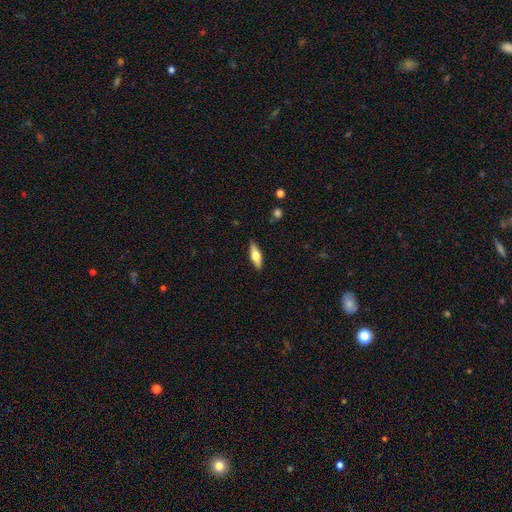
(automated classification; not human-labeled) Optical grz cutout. It shows a smooth galaxy with no disk features (52%) that is in between round and cigar-shaped (54%). Merging: none (88%).